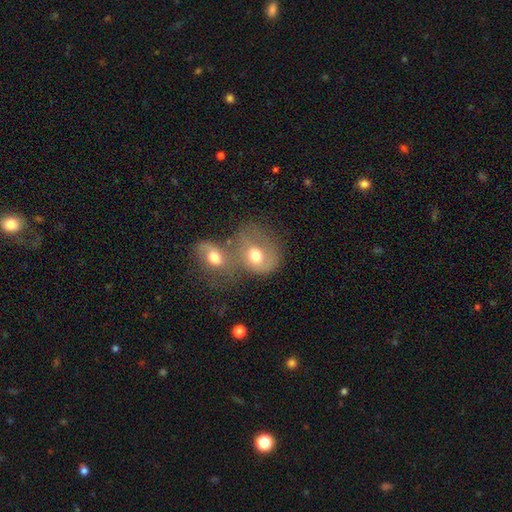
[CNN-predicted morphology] smooth-or-featured: smooth: 56% | featured or disk: 35% | star or artifact: 9%
  how-rounded: round: 53% | in between: 46% | cigar-shaped: 1%
  merging: merger: 62% | none: 19% | major disturbance: 10% | minor disturbance: 9%